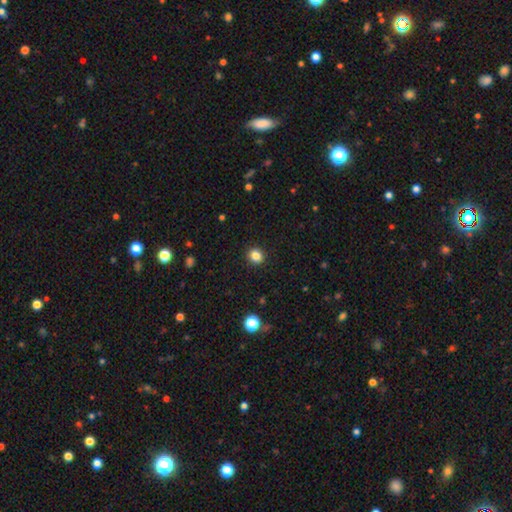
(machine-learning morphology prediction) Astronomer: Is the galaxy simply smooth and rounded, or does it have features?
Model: smooth — 84%.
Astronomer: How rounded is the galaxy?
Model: round — 82%.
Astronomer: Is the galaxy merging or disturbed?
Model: none — 92%.